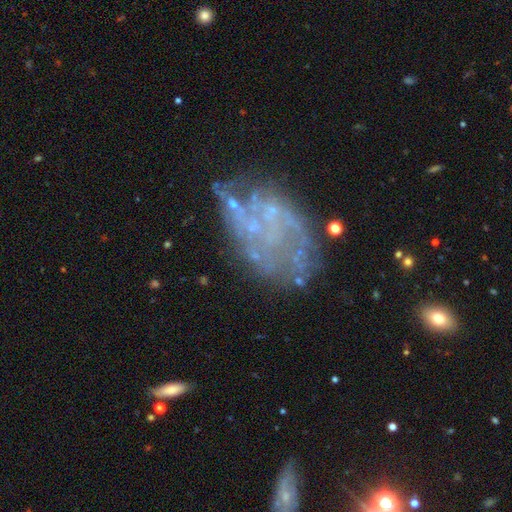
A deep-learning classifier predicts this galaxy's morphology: Smooth or featured?
  - featured or disk: 64% *
  - smooth: 20%
  - star or artifact: 16%
Edge-on disk?
  - no: 96% *
  - yes: 4%
Bar?
  - no: 89% *
  - weak: 8%
  - strong: 3%
Spiral arms?
  - no: 74% *
  - yes: 26%
Bulge size?
  - none: 71% *
  - small: 20%
  - moderate: 6%
  - large: 2%
  - dominant: 1%
Merging?
  - none: 46% *
  - major disturbance: 24%
  - minor disturbance: 21%
  - merger: 8%